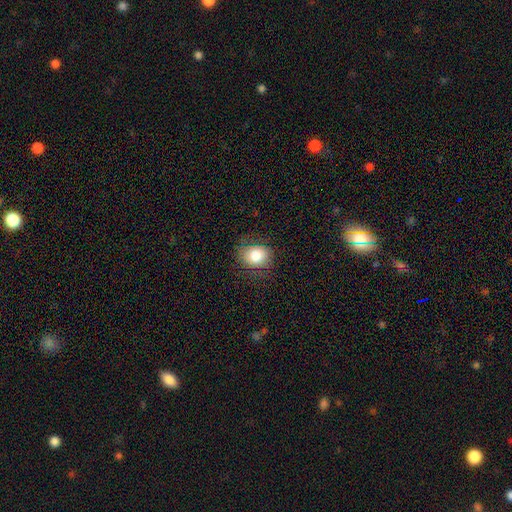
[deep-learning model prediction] Smooth or featured: smooth — 80% (featured or disk — 10%)
How rounded: round — 63% (in between — 36%)
Merging: none — 80% (minor disturbance — 14%)